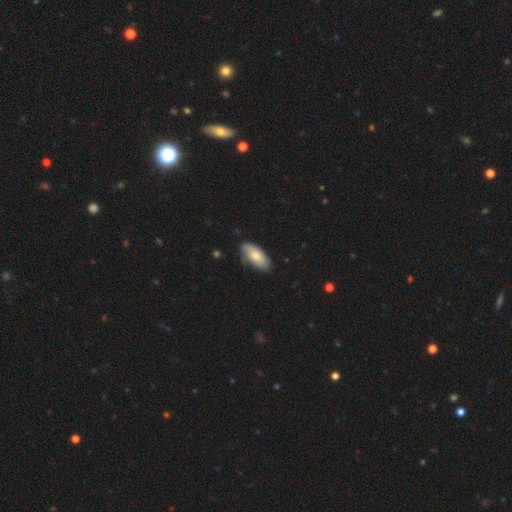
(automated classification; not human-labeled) smooth 69%, featured or disk 25%, star or artifact 6%. Down the decision tree: how rounded — in between (89%); merging — none (72%).